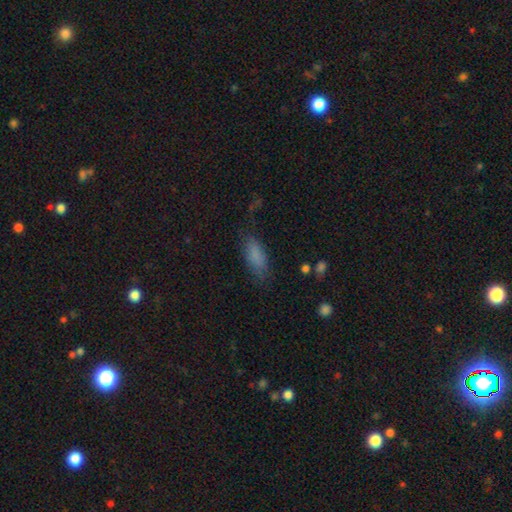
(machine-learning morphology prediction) A smooth galaxy with no disk features (82%) that is in between round and cigar-shaped (78%).

Vote fractions:
- Smooth or featured? smooth: 82% / featured or disk: 9% / star or artifact: 9%
- How rounded? in between: 78% / cigar-shaped: 20% / round: 3%
- Merging? none: 69% / minor disturbance: 21% / major disturbance: 8% / merger: 2%